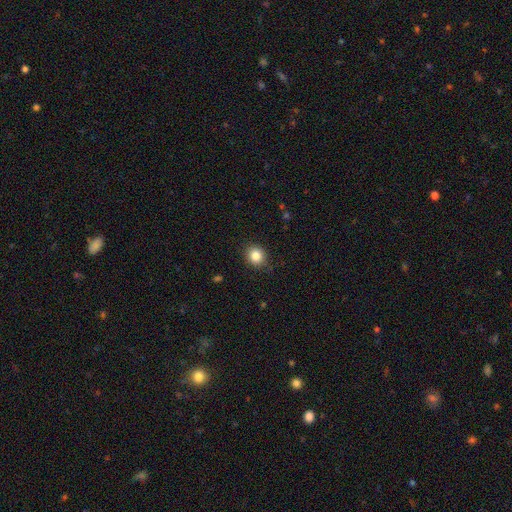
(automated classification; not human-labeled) Smooth or featured? smooth (84%)
How rounded? round (78%)
Merging? none (88%)